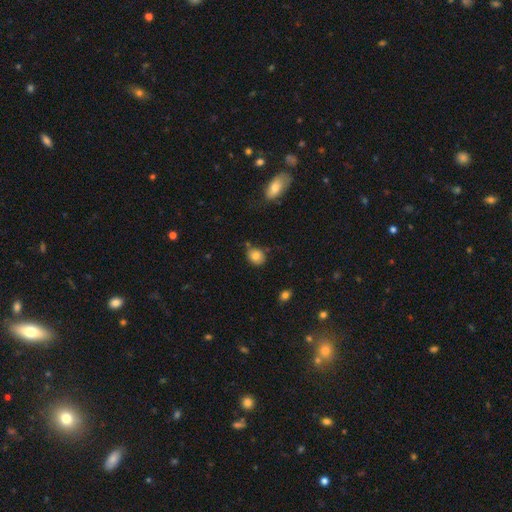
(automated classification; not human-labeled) Smooth or featured? smooth (81%)
How rounded? round (69%)
Merging? none (69%)